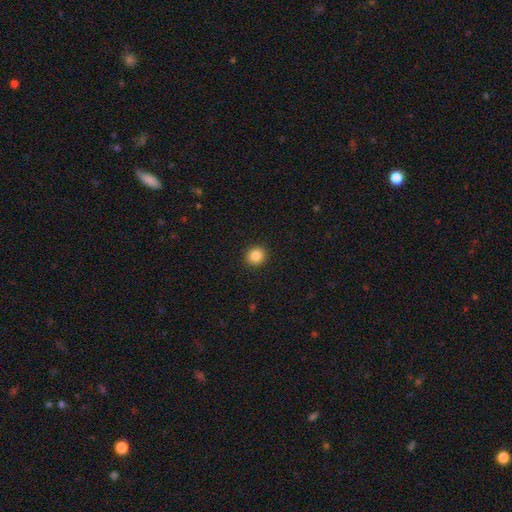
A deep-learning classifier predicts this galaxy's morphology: smooth 85%, star or artifact 10%, featured or disk 5%. Down the decision tree: how rounded — round (87%); merging — none (92%).